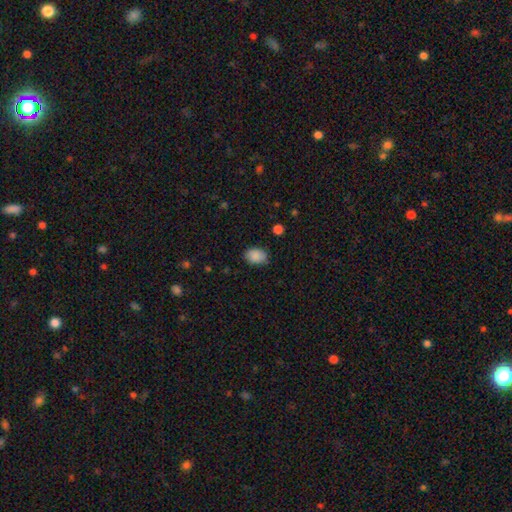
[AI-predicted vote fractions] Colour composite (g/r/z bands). It shows a smooth galaxy with no disk features (88%) that is in between round and cigar-shaped (78%). Merging: none (78%).